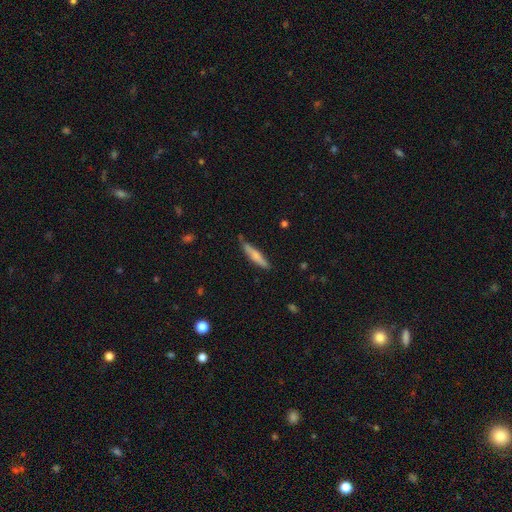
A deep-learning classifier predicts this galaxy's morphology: smooth_or_featured: smooth (p=0.67) [alt: featured or disk p=0.27]
how_rounded: cigar-shaped (p=0.88) [alt: in between p=0.10]
merging: none (p=0.76) [alt: minor disturbance p=0.19]